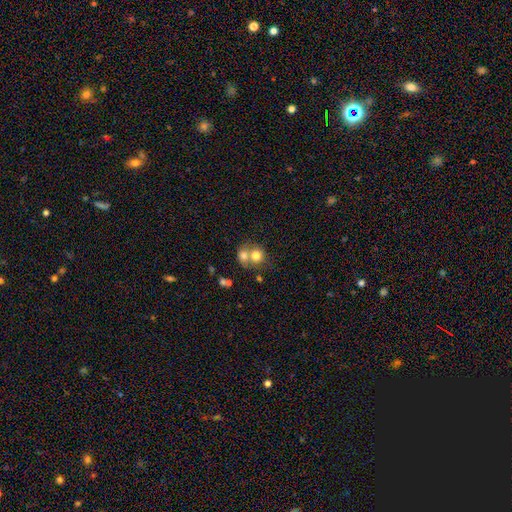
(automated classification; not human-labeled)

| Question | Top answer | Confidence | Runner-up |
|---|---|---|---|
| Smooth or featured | smooth | 75% | featured or disk (15%) |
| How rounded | round | 79% | in between (20%) |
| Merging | merger | 59% | none (32%) |